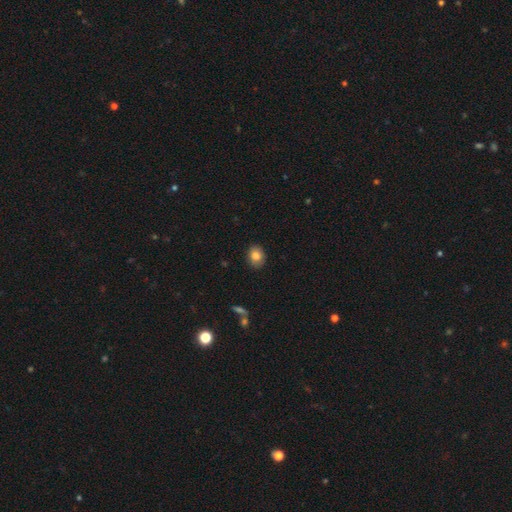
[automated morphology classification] The model was most divided on "how rounded": in between: 53%, round: 46%, cigar-shaped: 1%. More confident: merging — none (88%); smooth or featured — smooth (83%).